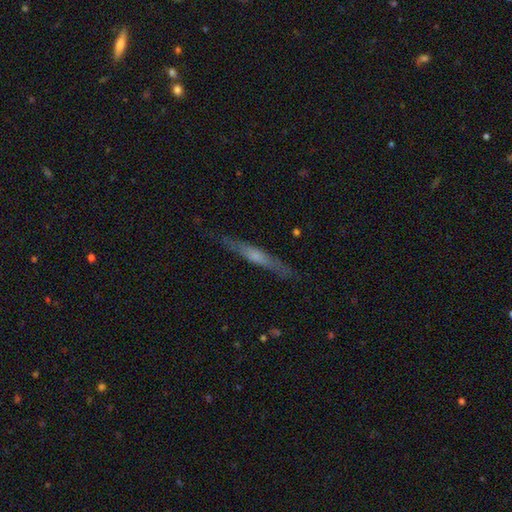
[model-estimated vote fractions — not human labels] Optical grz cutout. It shows a featured or disk galaxy (54%) viewed edge-on (93%) with a rounded central bulge (49%). Merging: none (85%).